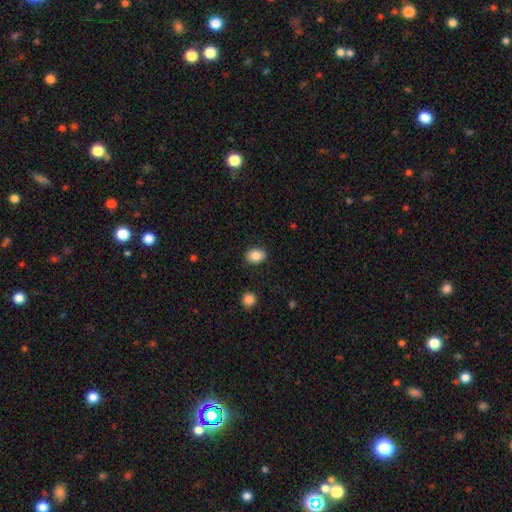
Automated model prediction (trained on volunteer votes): smooth 85%, star or artifact 9%, featured or disk 6%. Down the decision tree: how rounded — in between (63%); merging — none (87%).